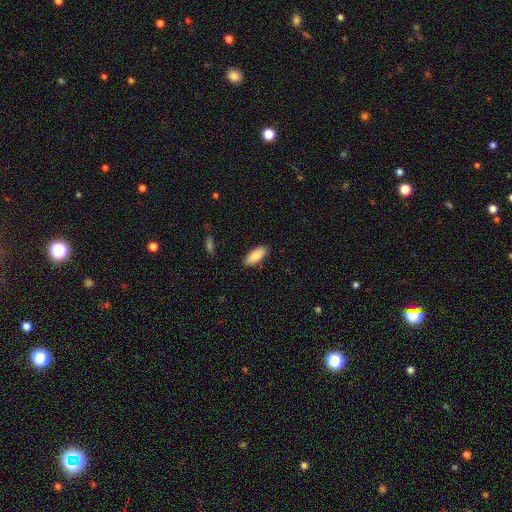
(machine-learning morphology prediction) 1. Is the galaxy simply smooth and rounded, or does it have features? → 86% smooth, 8% featured or disk, 6% star or artifact.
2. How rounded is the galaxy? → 81% in between, 17% cigar-shaped, 2% round.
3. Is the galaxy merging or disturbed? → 88% none, 9% minor disturbance, 2% major disturbance, 1% merger.